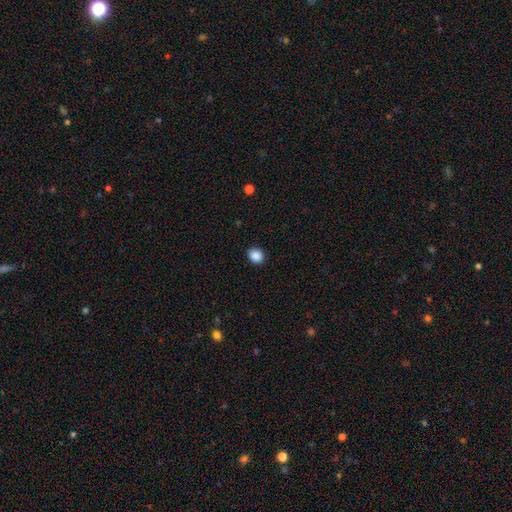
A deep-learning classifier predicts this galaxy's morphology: A smooth galaxy with no disk features (88%) that is round (67%). Merging: none (91%).